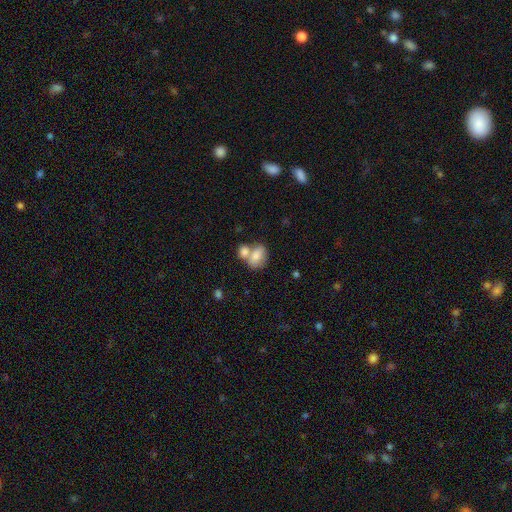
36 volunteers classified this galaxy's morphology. Smooth or featured? 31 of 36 (86%) said smooth. How rounded? 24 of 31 (77%) said in between. Merging? 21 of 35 (60%) said merger.